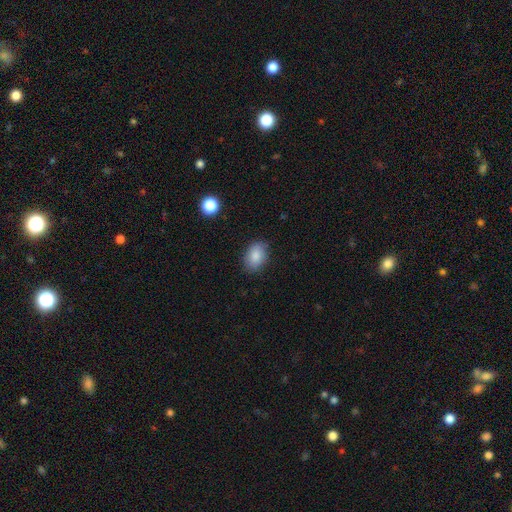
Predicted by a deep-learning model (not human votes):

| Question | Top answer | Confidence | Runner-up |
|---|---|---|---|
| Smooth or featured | smooth | 86% | star or artifact (8%) |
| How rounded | in between | 81% | round (18%) |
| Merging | none | 83% | minor disturbance (13%) |